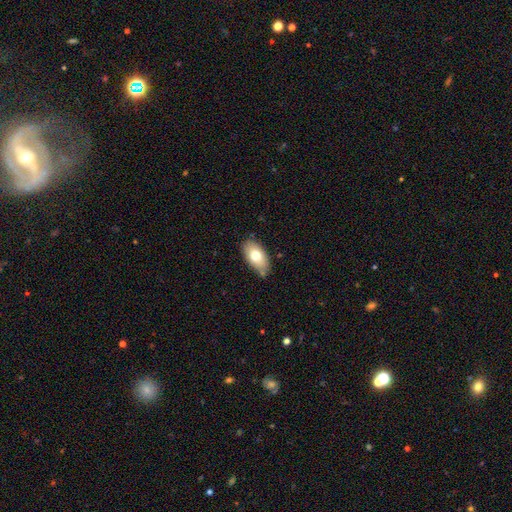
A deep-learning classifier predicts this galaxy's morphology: A smooth galaxy with no disk features (72%) that is in between round and cigar-shaped (92%). Merging: none (75%).